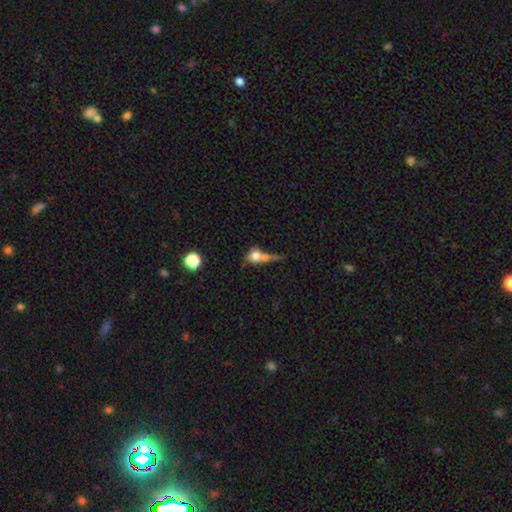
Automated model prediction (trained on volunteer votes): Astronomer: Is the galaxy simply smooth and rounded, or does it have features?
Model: smooth — 66%.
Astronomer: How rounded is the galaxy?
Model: round — 55% (runner-up: in between, 33%).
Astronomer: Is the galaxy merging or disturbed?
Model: merger — 38% (runner-up: none, 26%).